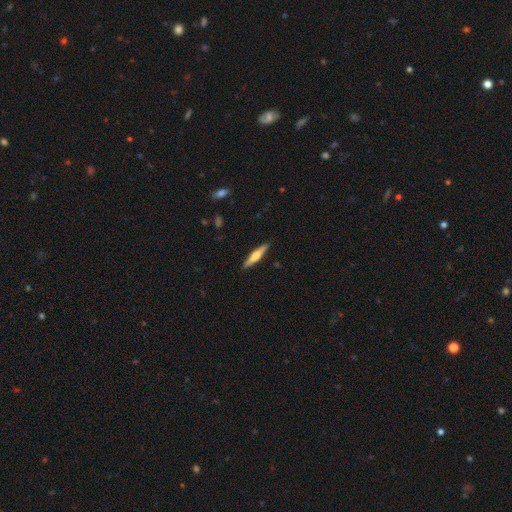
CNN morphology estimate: type=smooth (48%); merging=none (90%).